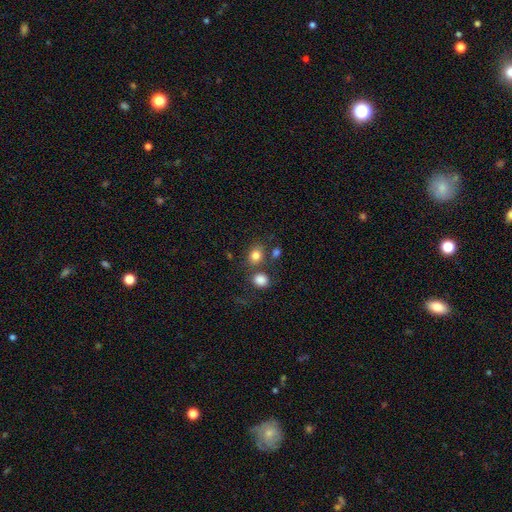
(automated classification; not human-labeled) Morphology: type=smooth (81%); roundness=round (54%); merging=none (65%).